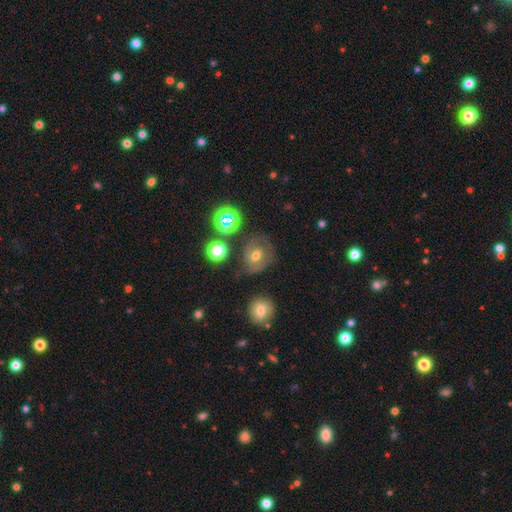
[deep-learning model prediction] This is possibly a smooth galaxy (51%). How rounded: likely round (67%). Merging: likely none (63%).